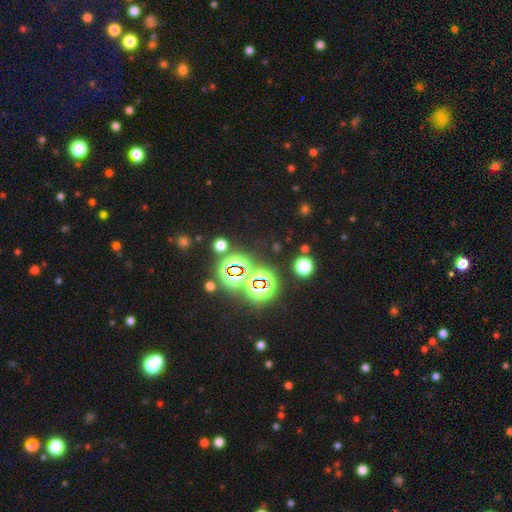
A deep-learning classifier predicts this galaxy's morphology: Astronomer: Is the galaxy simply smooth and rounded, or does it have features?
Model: star or artifact — 76%.